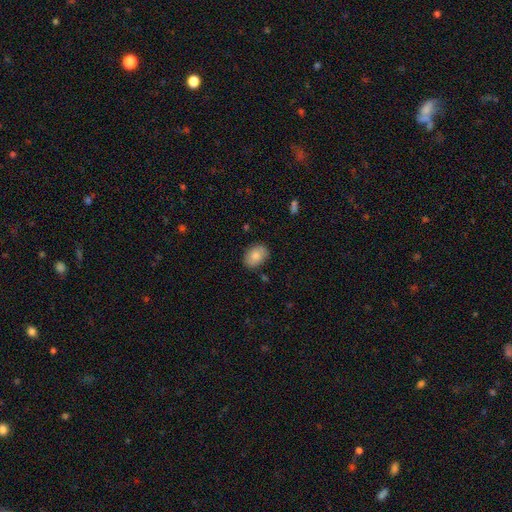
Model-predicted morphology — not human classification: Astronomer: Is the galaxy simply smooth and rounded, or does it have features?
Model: smooth — 83%.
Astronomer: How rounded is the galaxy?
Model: in between — 79%.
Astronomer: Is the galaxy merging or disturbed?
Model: none — 83%.